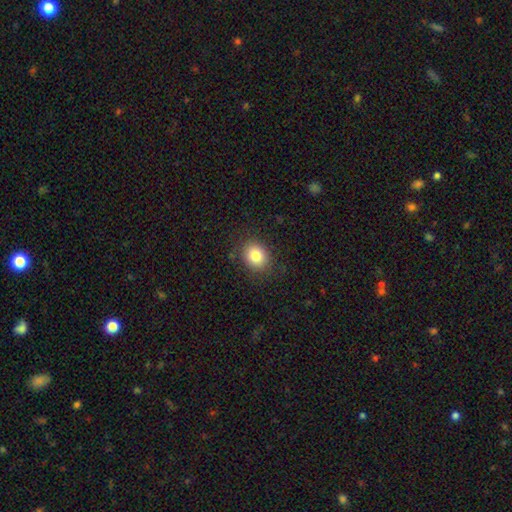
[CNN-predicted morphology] smooth 83%, star or artifact 10%, featured or disk 7%. Down the decision tree: how rounded — round (64%); merging — none (86%).